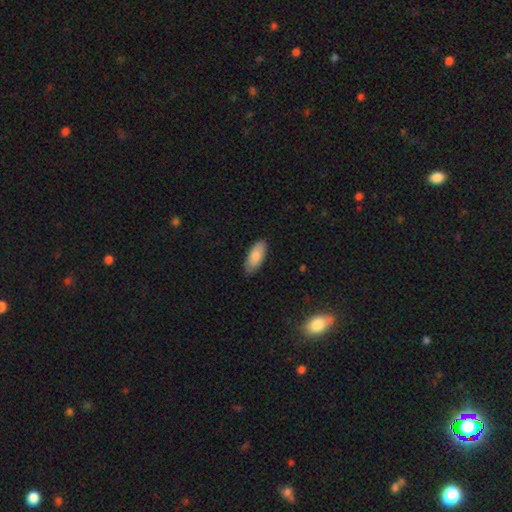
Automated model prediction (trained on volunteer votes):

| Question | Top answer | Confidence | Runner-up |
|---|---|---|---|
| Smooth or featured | smooth | 86% | featured or disk (9%) |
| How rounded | in between | 87% | cigar-shaped (12%) |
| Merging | none | 83% | minor disturbance (14%) |